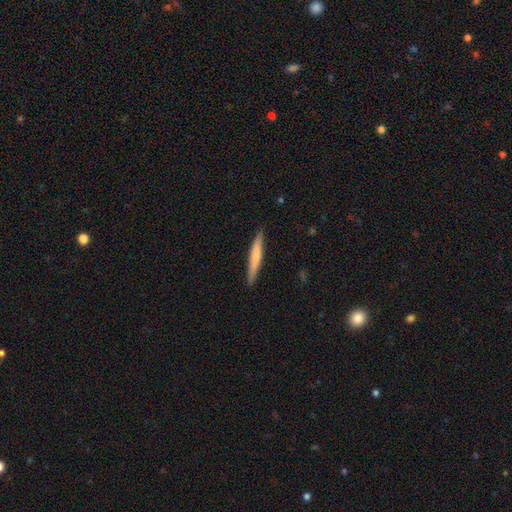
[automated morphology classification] type=smooth (63%); roundness=cigar-shaped (95%); merging=none (90%).